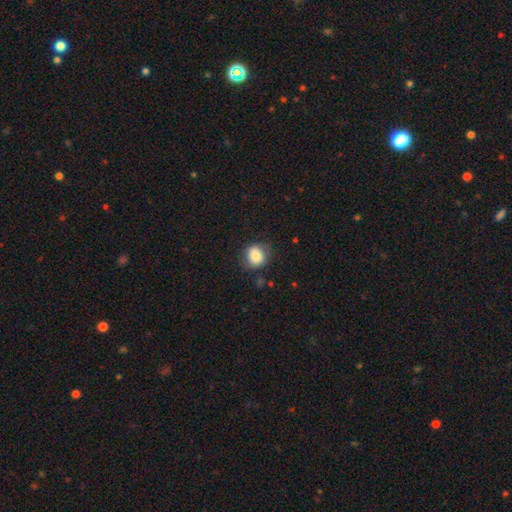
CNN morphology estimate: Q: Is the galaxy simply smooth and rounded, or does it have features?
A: smooth — 84%.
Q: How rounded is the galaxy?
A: round — 74%.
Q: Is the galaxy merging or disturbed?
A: none — 78%.